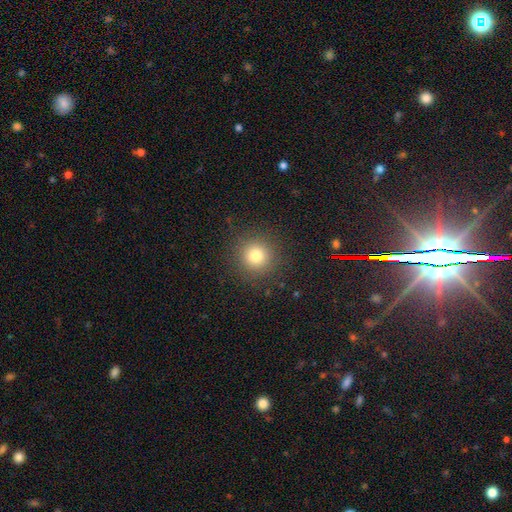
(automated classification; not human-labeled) Smooth or featured? smooth (77%)
How rounded? round (94%)
Merging? none (89%)